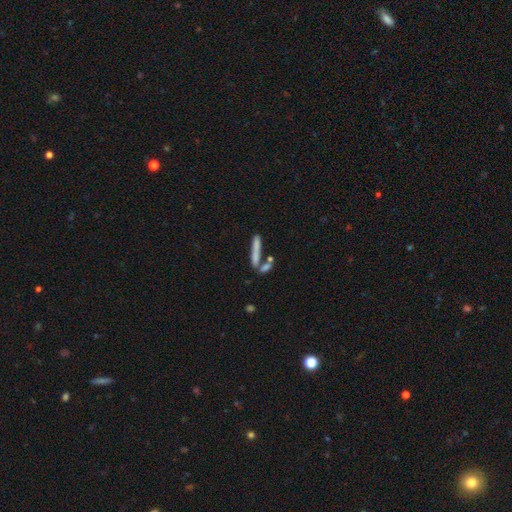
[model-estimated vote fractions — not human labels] The model was most divided on "merging": none: 59%, merger: 26%, minor disturbance: 10%, major disturbance: 5%. More confident: how rounded — cigar-shaped (88%); smooth or featured — smooth (66%).